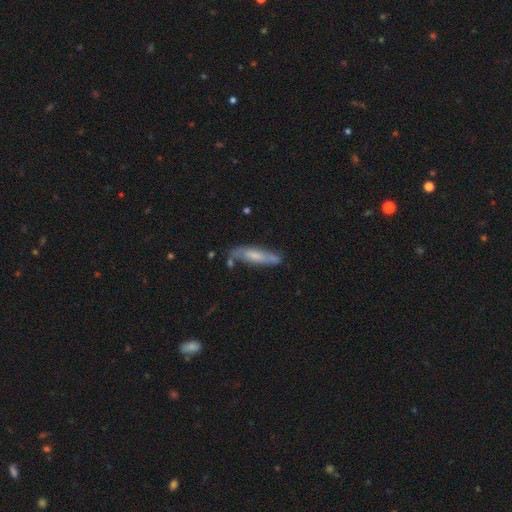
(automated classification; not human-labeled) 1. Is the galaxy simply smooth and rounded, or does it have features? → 50% smooth, 43% featured or disk, 7% star or artifact.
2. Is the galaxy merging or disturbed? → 63% none, 23% minor disturbance, 7% merger, 7% major disturbance.